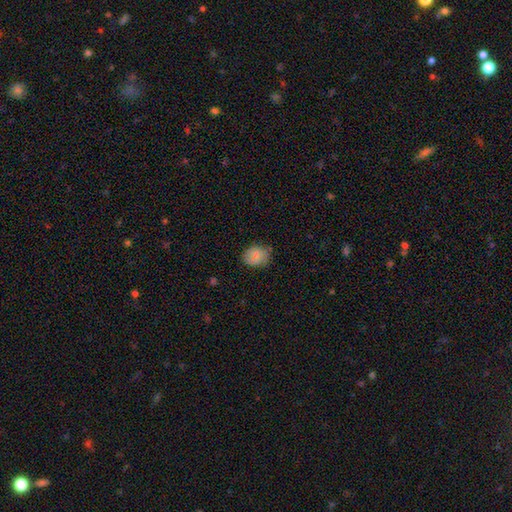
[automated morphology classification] The model was most divided on "how rounded": in between: 51%, round: 48%, cigar-shaped: 1%. More confident: smooth or featured — smooth (79%); merging — none (76%).